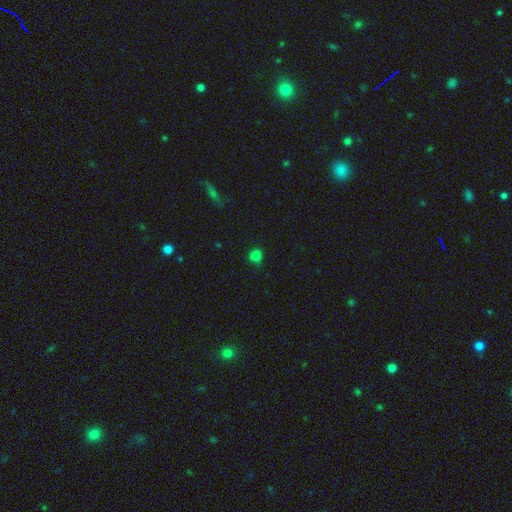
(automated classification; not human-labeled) This appears to be a smooth galaxy with no disk features (81%) that is round (88%). Merging: none (84%).